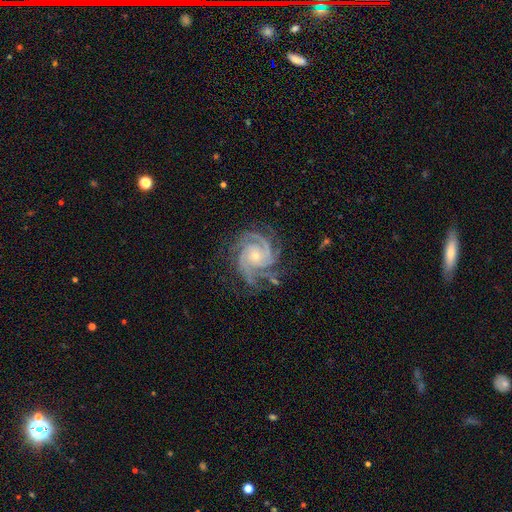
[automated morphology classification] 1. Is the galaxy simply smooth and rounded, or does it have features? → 93% featured or disk, 5% star or artifact, 3% smooth.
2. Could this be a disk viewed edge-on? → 98% no, 2% yes.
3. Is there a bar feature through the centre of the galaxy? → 75% no, 18% weak, 7% strong.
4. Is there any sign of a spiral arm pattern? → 99% yes, 1% no.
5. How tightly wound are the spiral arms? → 69% tight, 28% medium, 3% loose.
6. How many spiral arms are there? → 41% 3, 29% 4, 11% 2, 8% can't tell, 6% more than 4, 5% 1.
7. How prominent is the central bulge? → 72% small, 25% moderate, 1% none, 1% large, 1% dominant.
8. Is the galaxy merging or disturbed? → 73% none, 18% minor disturbance, 8% major disturbance, 2% merger.